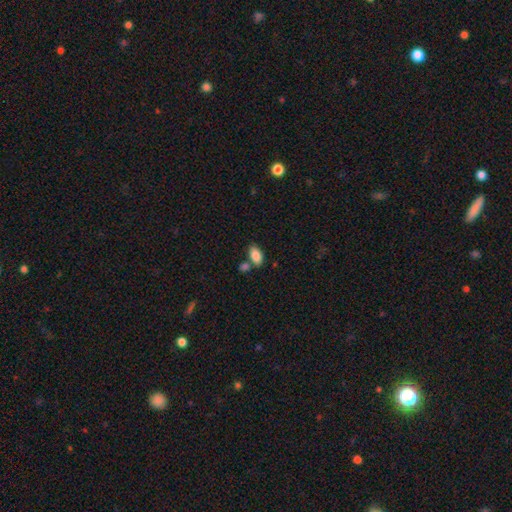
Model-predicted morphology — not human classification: The model was most divided on "merging": none: 64%, merger: 21%, minor disturbance: 12%, major disturbance: 3%. More confident: how rounded — in between (93%); smooth or featured — smooth (87%).